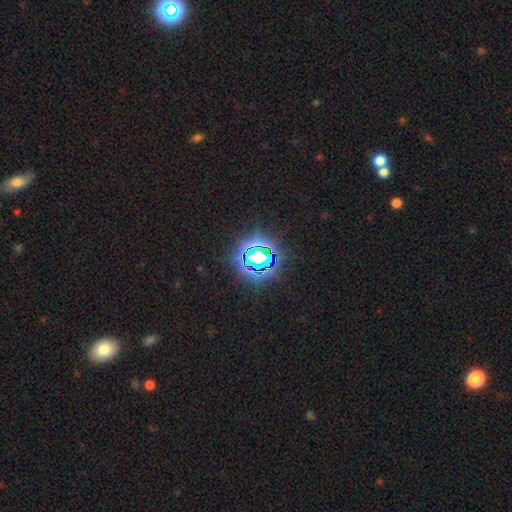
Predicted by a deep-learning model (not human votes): This appears to be a star or artifact, not a galaxy (73%).